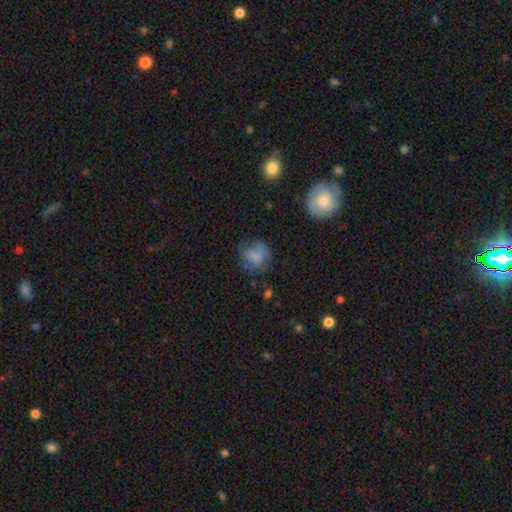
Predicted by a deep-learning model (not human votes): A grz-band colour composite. It shows a smooth galaxy with no disk features (63%) that is round (68%). Merging: none (47%).